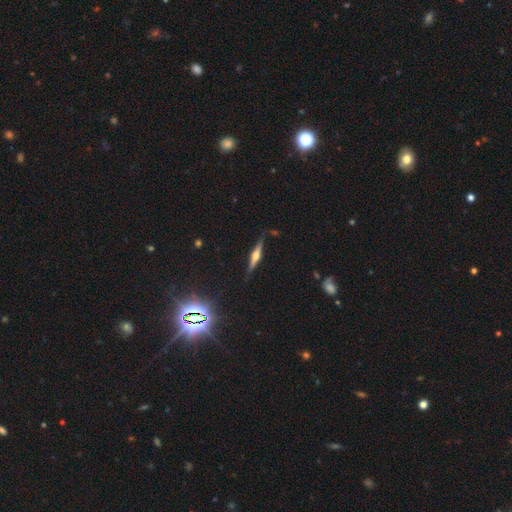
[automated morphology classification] A featured or disk galaxy (72%) viewed edge-on (97%) with a rounded central bulge (91%). Merging: none (85%).